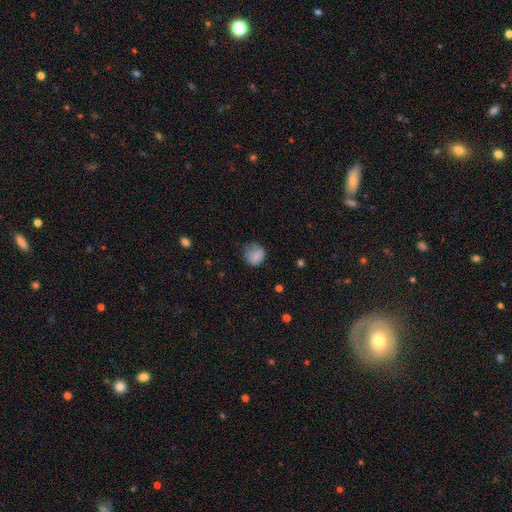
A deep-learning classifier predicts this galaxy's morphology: The model was most divided on "merging": none: 51%, minor disturbance: 32%, major disturbance: 16%, merger: 1%. More confident: smooth or featured — smooth (81%); how rounded — round (76%).